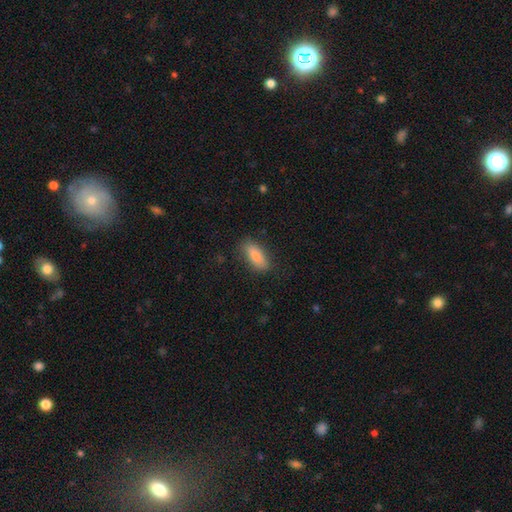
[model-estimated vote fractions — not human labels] Smooth or featured? smooth (84%)
How rounded? in between (78%)
Merging? none (81%)